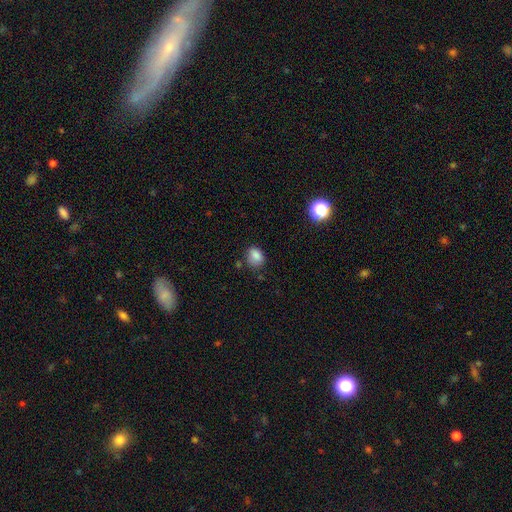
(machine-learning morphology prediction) A smooth galaxy with no disk features (84%) that is in between round and cigar-shaped (60%). Merging: none (68%).